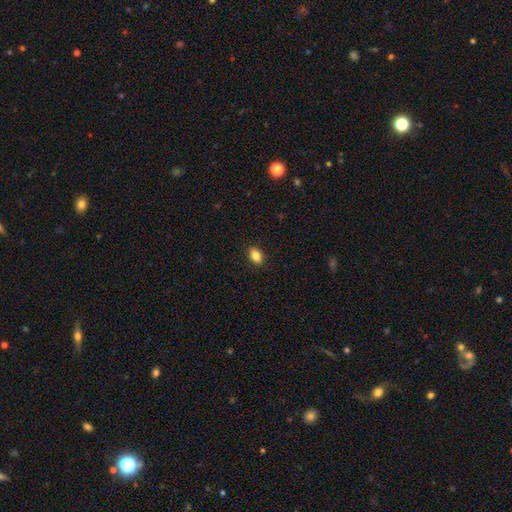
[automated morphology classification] This appears to be a smooth galaxy with no disk features (86%) that is in between round and cigar-shaped (84%). Merging: none (88%).